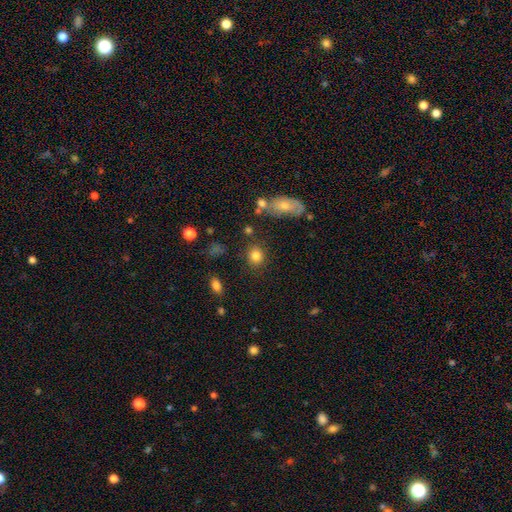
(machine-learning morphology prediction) smooth 82%, star or artifact 11%, featured or disk 7%. Down the decision tree: how rounded — round (74%); merging — none (81%).